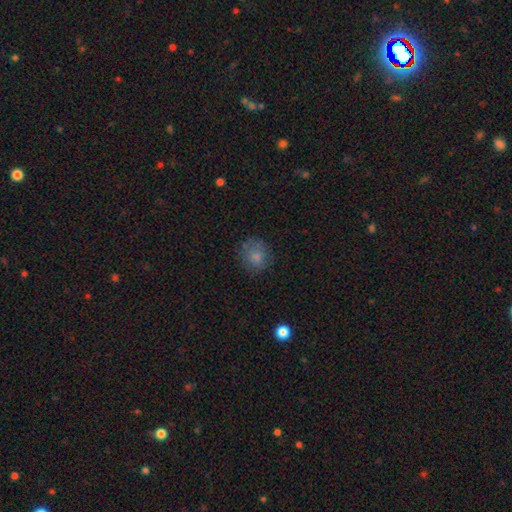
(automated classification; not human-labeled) Smooth or featured? smooth (78%)
How rounded? round (80%)
Merging? none (74%)